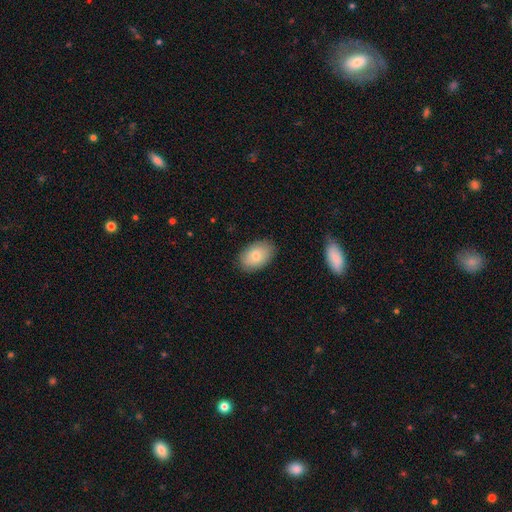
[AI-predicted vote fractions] Smooth or featured?
  - smooth: 79% *
  - featured or disk: 15%
  - star or artifact: 7%
How rounded?
  - in between: 90% *
  - round: 9%
  - cigar-shaped: 1%
Merging?
  - none: 85% *
  - minor disturbance: 11%
  - major disturbance: 2%
  - merger: 1%